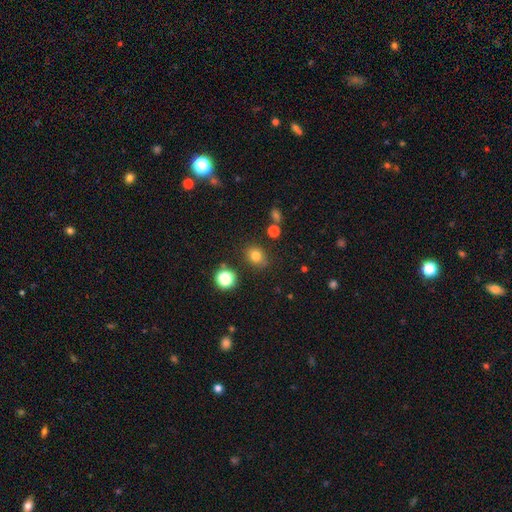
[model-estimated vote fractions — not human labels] Smooth or featured: smooth — 77% (star or artifact — 15%)
How rounded: round — 57% (in between — 42%)
Merging: none — 82% (minor disturbance — 11%)